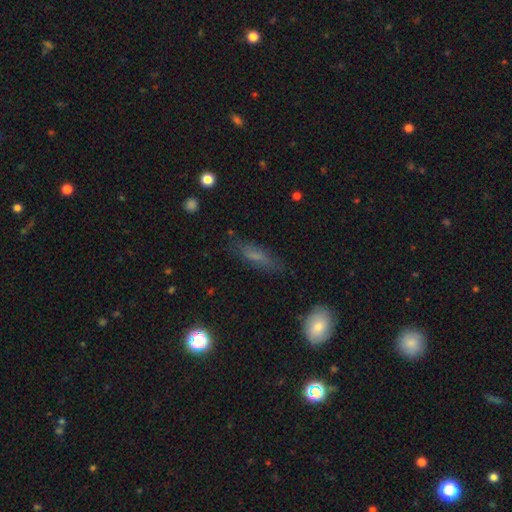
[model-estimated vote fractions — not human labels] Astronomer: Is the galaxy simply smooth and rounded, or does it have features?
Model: smooth — 58%.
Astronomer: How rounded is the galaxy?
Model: cigar-shaped — 55% (runner-up: in between, 41%).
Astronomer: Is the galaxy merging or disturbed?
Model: none — 72%.